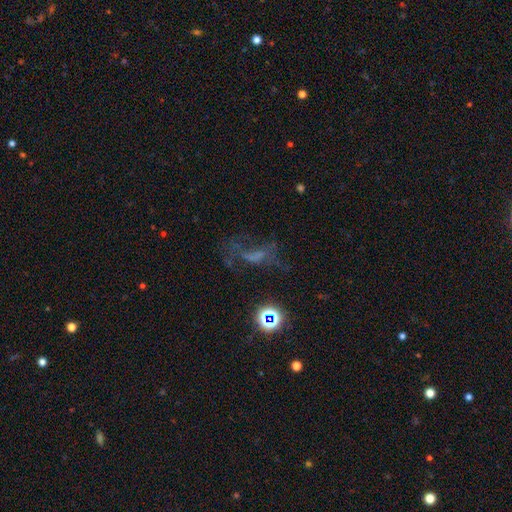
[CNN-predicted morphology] A featured or disk galaxy (39%). Merging: none (41%).